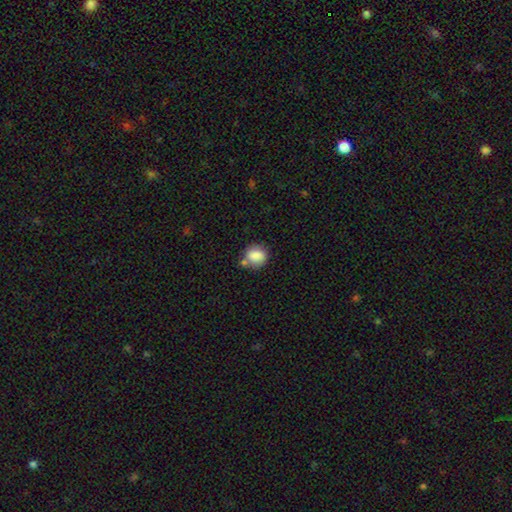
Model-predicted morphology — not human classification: smooth_or_featured: smooth (p=0.84) [alt: star or artifact p=0.09]
how_rounded: round (p=0.72) [alt: in between p=0.27]
merging: none (p=0.63) [alt: minor disturbance p=0.17]